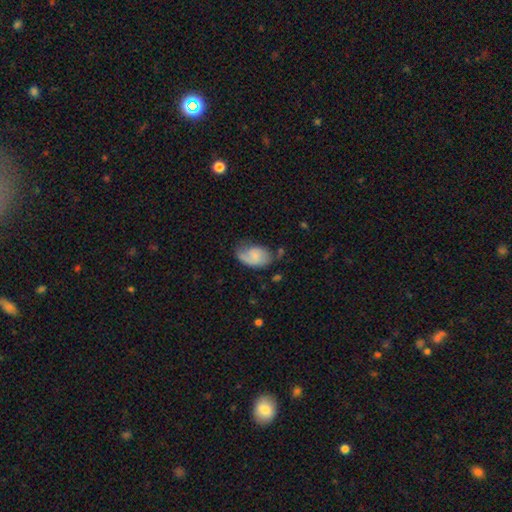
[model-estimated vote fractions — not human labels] Smooth or featured? smooth (52%)
How rounded? in between (88%)
Merging? none (45%)